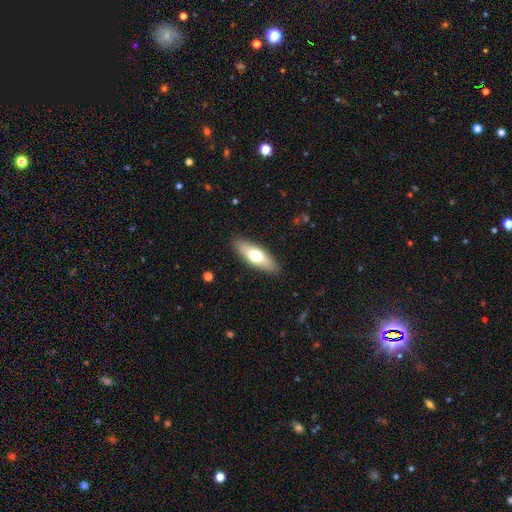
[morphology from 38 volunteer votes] Smooth or featured?
  - smooth: 53% *
  - featured or disk: 37%
  - star or artifact: 11%
How rounded?
  - in between: 70% *
  - cigar-shaped: 25%
  - round: 5%
Merging?
  - none: 97% *
  - major disturbance: 3%
  - minor disturbance: 0%
  - merger: 0%